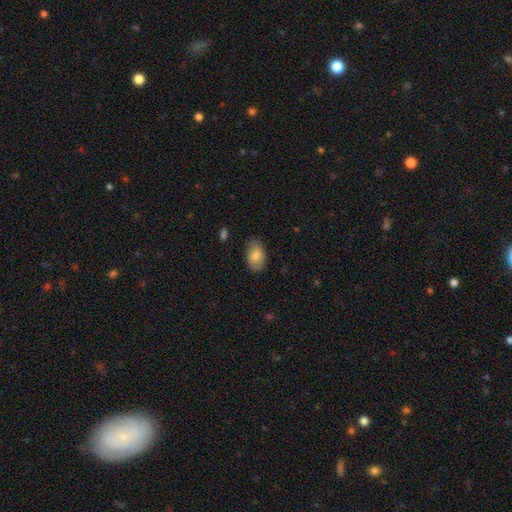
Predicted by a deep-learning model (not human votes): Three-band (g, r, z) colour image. It shows a smooth galaxy with no disk features (82%) that is in between round and cigar-shaped (91%). Merging: none (77%).